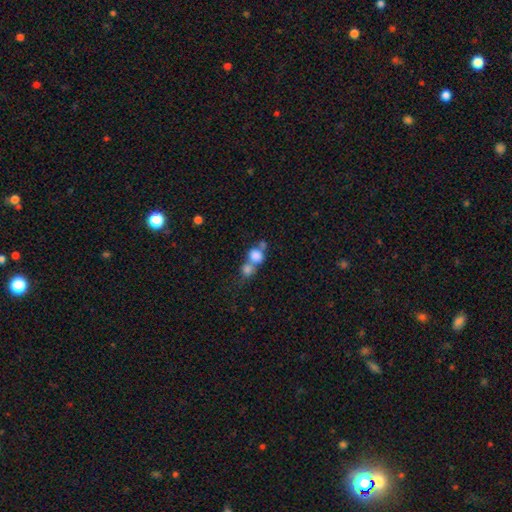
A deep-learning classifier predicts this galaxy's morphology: type=smooth (78%); roundness=round (70%); merging=merger (62%).